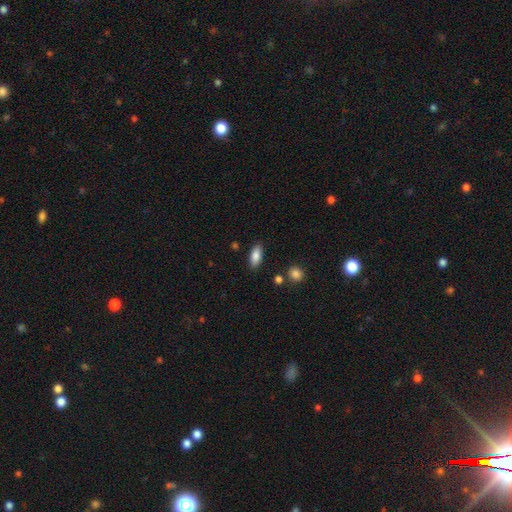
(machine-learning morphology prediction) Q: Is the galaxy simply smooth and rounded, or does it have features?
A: smooth — 86%.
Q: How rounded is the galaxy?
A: in between — 84%.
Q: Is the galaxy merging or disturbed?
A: none — 86%.